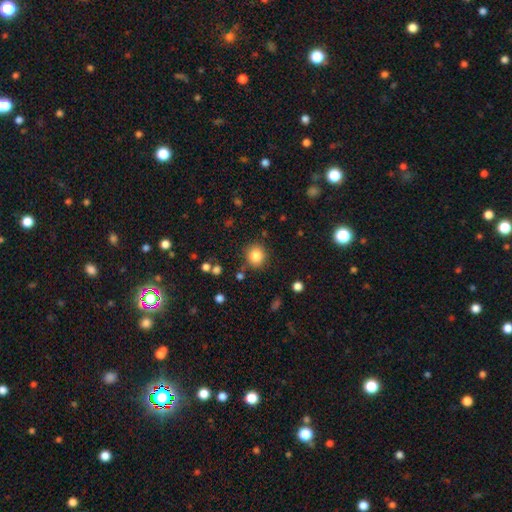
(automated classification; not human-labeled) Smooth or featured?
  - smooth: 84% *
  - star or artifact: 11%
  - featured or disk: 6%
How rounded?
  - round: 88% *
  - in between: 12%
  - cigar-shaped: 1%
Merging?
  - none: 84% *
  - minor disturbance: 9%
  - merger: 4%
  - major disturbance: 3%